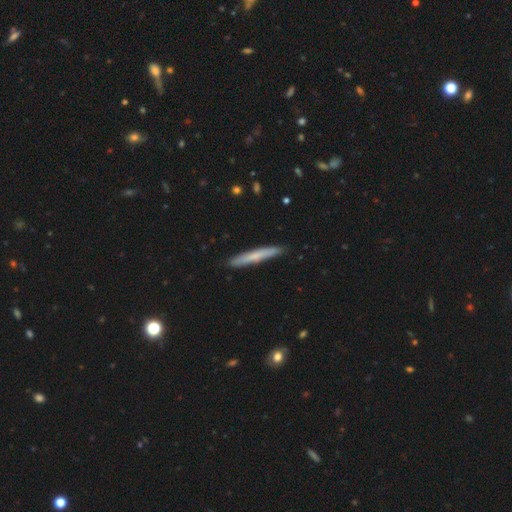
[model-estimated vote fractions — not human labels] Smooth or featured? smooth (63%)
How rounded? cigar-shaped (96%)
Merging? none (90%)